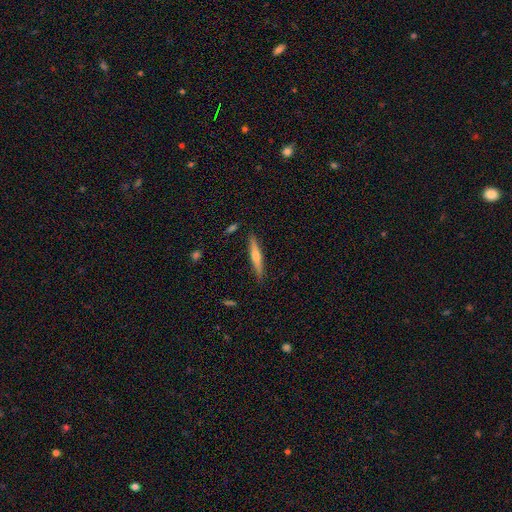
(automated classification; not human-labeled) smooth-or-featured: featured or disk: 56% | smooth: 38% | star or artifact: 6%
  disk-edge-on: yes: 97% | no: 3%
    edge-on-bulge: rounded: 86% | none: 9% | boxy: 5%
  merging: none: 89% | minor disturbance: 8% | merger: 2% | major disturbance: 2%